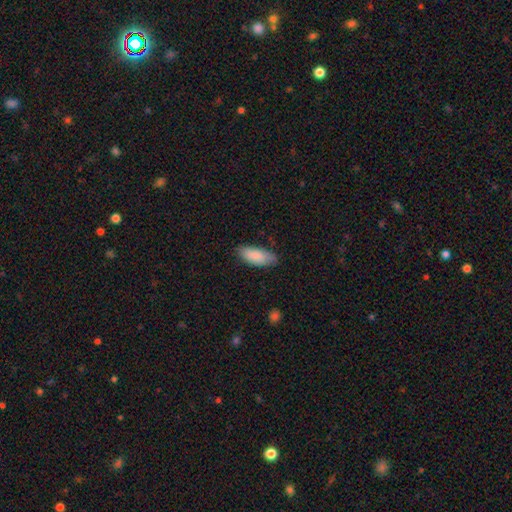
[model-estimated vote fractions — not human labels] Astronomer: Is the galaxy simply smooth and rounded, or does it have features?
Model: smooth — 84%.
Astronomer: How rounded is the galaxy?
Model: in between — 83%.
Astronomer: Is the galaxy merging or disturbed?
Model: none — 76%.